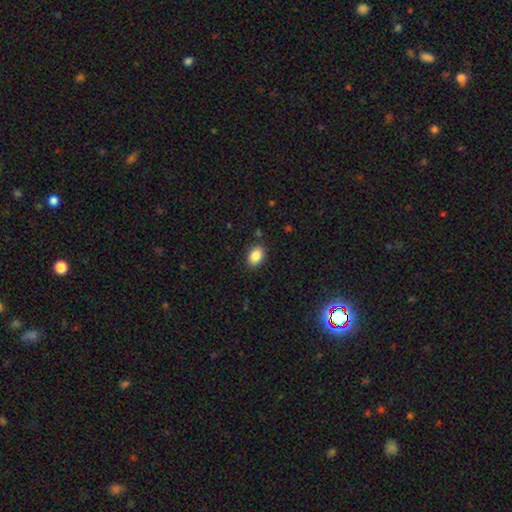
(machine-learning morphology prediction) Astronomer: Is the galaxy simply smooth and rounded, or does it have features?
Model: smooth — 86%.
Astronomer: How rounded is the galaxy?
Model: in between — 79%.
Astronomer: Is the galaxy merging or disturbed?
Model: none — 87%.